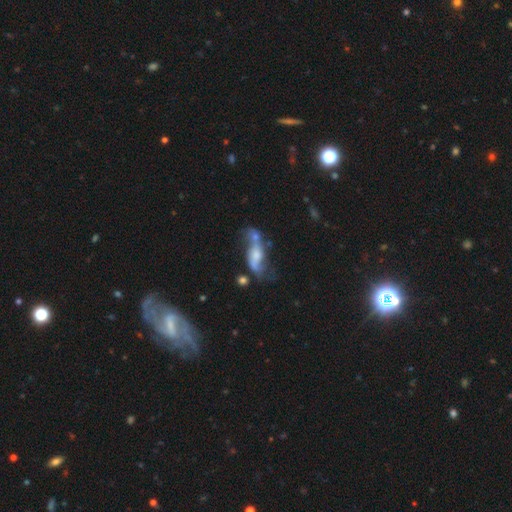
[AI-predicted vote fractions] A featured or disk galaxy (60%) with no bar (59%), spiral arms (70%) and a moderate central bulge (37%).

Vote fractions:
- Smooth or featured? featured or disk: 60% / smooth: 31% / star or artifact: 9%
- Edge-on disk? no: 84% / yes: 16%
- Bar? no: 59% / weak: 30% / strong: 12%
- Spiral arms? yes: 70% / no: 30%
- Bulge size? moderate: 37% / small: 30% / none: 17% / large: 13% / dominant: 3%
- Merging? merger: 31% / none: 27% / major disturbance: 23% / minor disturbance: 18%